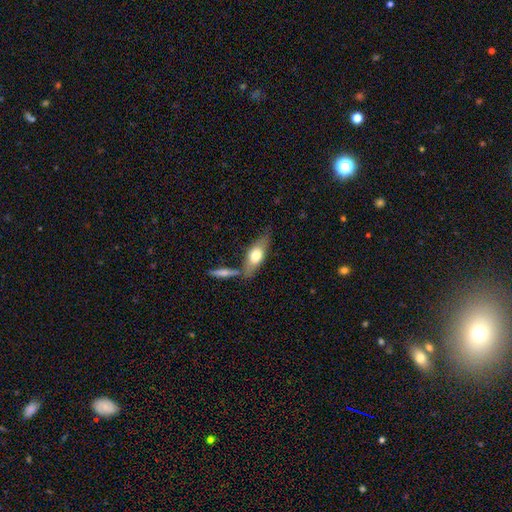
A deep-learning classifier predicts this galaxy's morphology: type=smooth (60%); roundness=in between (66%); merging=none (60%).